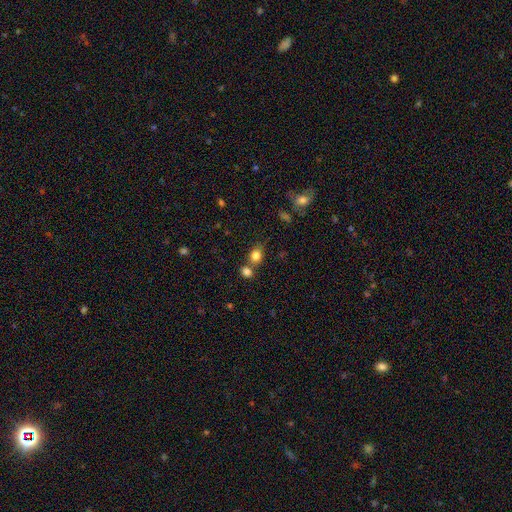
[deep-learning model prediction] Smooth or featured? Predicted: smooth (p=0.82). How rounded? Predicted: round (p=0.54). Merging? Predicted: none (p=0.54).